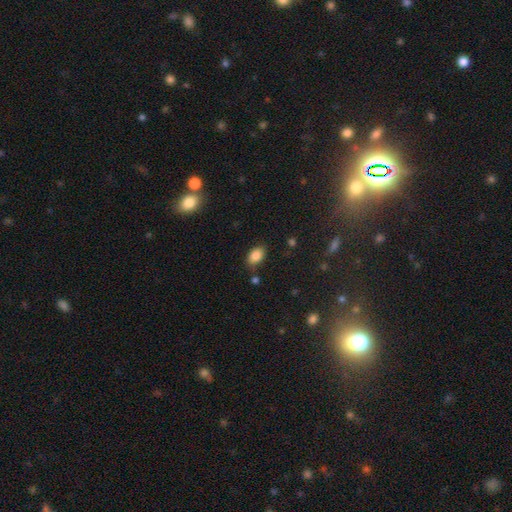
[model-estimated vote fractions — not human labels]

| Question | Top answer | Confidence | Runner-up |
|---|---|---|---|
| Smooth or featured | smooth | 85% | star or artifact (9%) |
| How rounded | in between | 88% | round (11%) |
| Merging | none | 79% | minor disturbance (14%) |